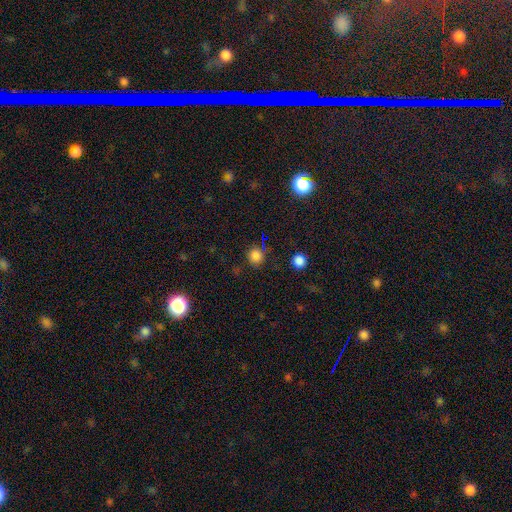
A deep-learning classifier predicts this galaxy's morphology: smooth 78%, star or artifact 18%, featured or disk 4%. Down the decision tree: how rounded — round (91%); merging — none (84%).